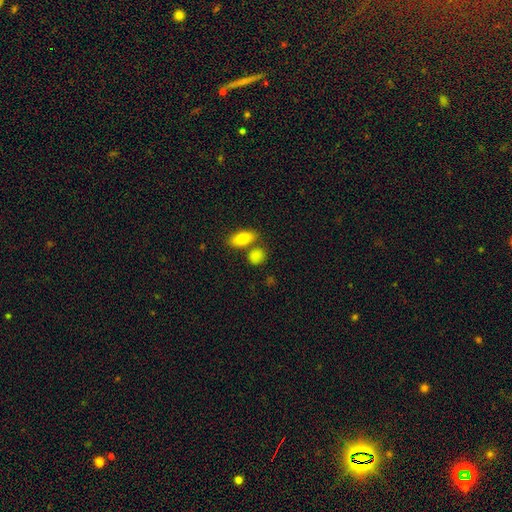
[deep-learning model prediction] Q: Smooth or featured?
A: smooth (83%); runner-up: featured or disk (9%)
Q: How rounded?
A: in between (59%); runner-up: round (35%)
Q: Merging?
A: none (64%); runner-up: merger (20%)